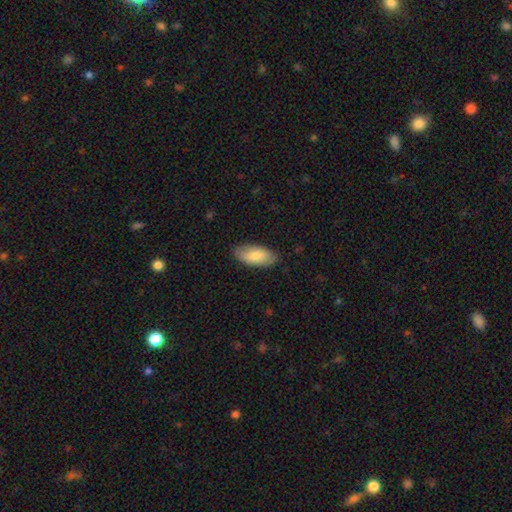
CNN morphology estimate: smooth-or-featured: smooth: 79% | featured or disk: 15% | star or artifact: 5%
  how-rounded: in between: 90% | cigar-shaped: 7% | round: 2%
  merging: none: 84% | minor disturbance: 12% | major disturbance: 2% | merger: 1%